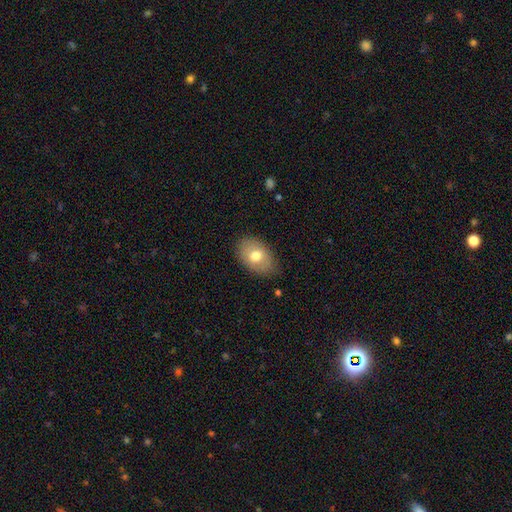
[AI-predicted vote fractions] Overall: smooth (72%). How rounded: in between (84%). Merging: none (79%).